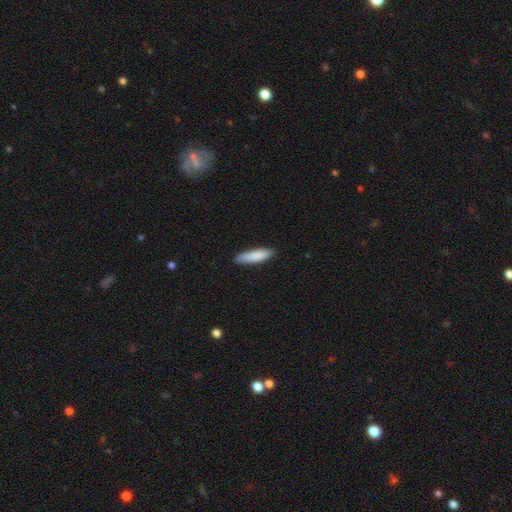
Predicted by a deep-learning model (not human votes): This is clearly a smooth galaxy (86%). How rounded: likely cigar-shaped (69%). Merging: clearly none (86%).